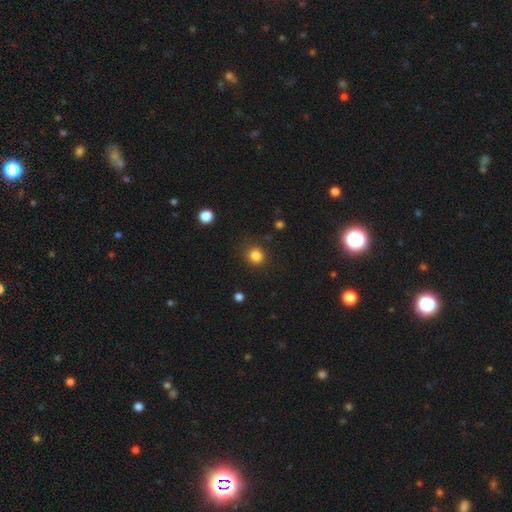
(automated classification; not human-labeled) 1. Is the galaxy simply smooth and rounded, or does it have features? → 83% smooth, 12% star or artifact, 4% featured or disk.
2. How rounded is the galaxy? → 86% round, 13% in between, 1% cigar-shaped.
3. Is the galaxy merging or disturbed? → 86% none, 9% minor disturbance, 3% major disturbance, 2% merger.